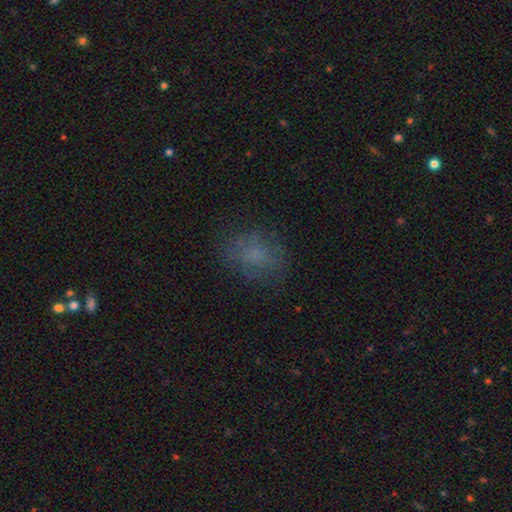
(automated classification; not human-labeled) Smooth or featured? Predicted: smooth (p=0.64). How rounded? Predicted: in between (p=0.58). Merging? Predicted: none (p=0.69).